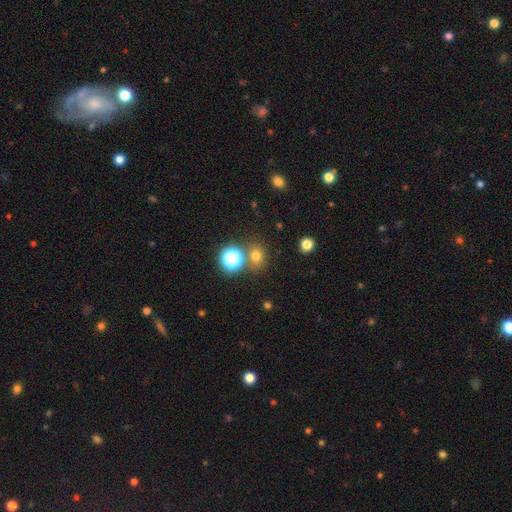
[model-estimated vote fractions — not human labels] Smooth or featured? smooth (69%)
How rounded? round (71%)
Merging? none (74%)